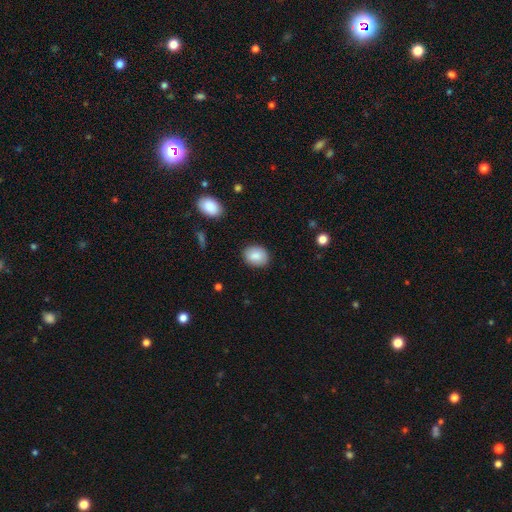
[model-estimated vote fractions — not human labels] smooth_or_featured: smooth (p=0.87) [alt: star or artifact p=0.07]
how_rounded: in between (p=0.56) [alt: round p=0.43]
merging: none (p=0.86) [alt: minor disturbance p=0.10]